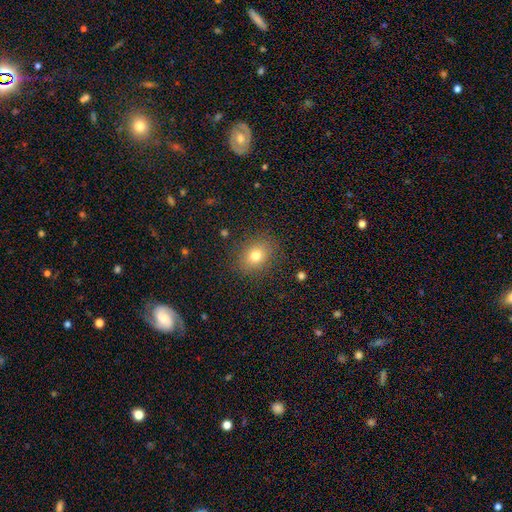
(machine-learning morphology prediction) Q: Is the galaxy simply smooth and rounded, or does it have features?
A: smooth — 77%.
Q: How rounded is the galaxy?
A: round — 54%.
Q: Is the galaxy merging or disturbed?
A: none — 86%.